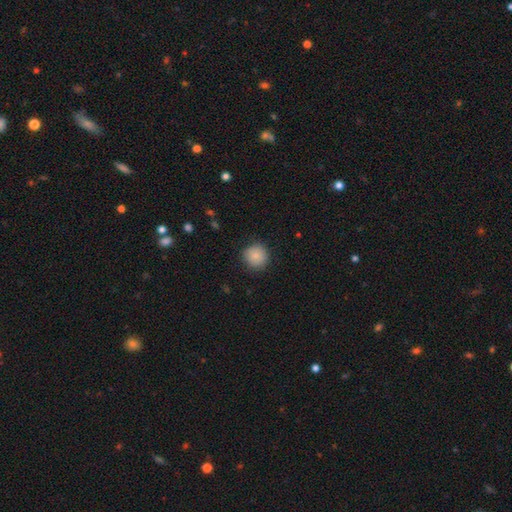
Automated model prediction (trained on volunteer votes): smooth-or-featured: smooth: 86% | star or artifact: 9% | featured or disk: 6%
  how-rounded: round: 92% | in between: 7% | cigar-shaped: 1%
  merging: none: 86% | minor disturbance: 11% | major disturbance: 3% | merger: 1%